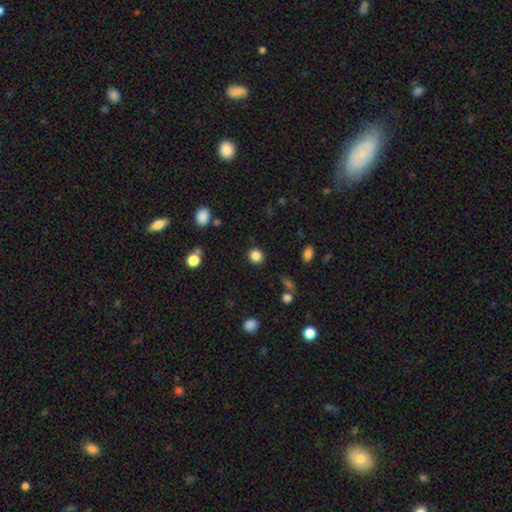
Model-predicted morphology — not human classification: A smooth galaxy with no disk features (85%) that is round (82%). Merging: none (89%).